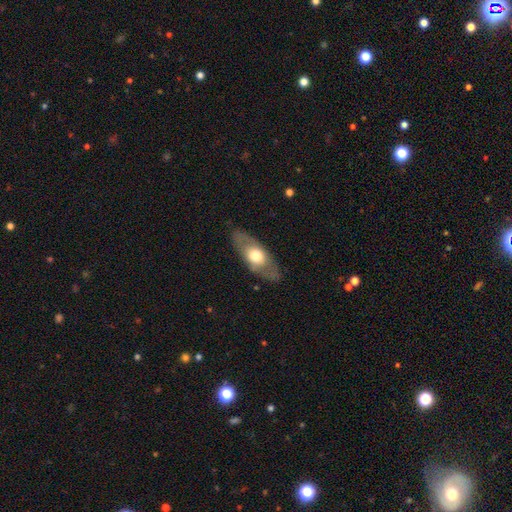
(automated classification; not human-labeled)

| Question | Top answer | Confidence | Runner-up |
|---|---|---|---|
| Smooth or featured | smooth | 48% | featured or disk (46%) |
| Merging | none | 83% | minor disturbance (12%) |